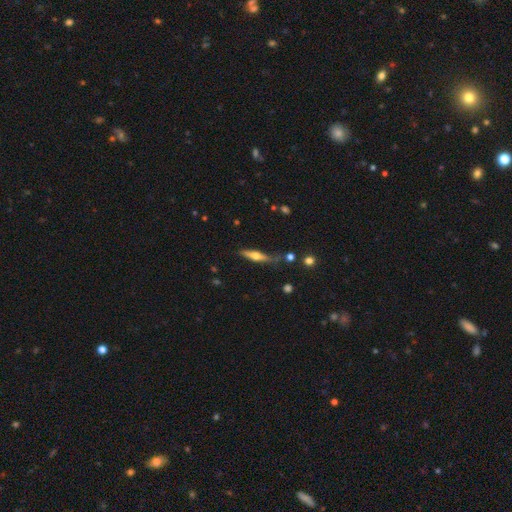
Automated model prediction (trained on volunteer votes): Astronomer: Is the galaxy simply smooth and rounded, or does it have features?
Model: featured or disk — 53% (runner-up: smooth, 40%).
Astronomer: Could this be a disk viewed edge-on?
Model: yes — 93%.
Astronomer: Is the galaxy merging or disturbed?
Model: none — 66%.